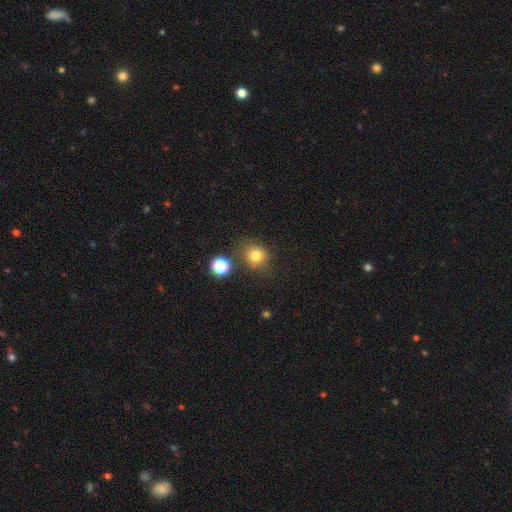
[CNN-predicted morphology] type=smooth (78%); roundness=round (81%); merging=none (75%).